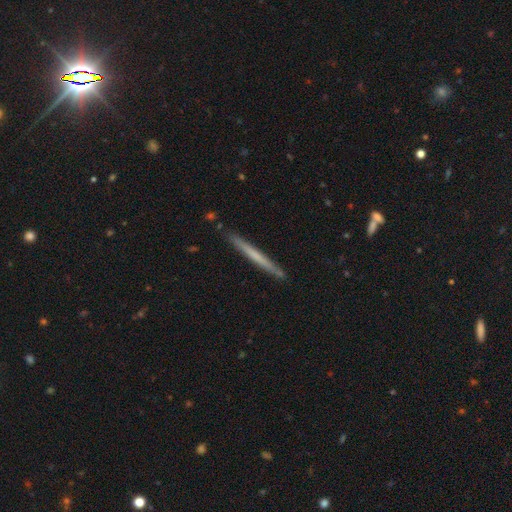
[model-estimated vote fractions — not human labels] Smooth or featured? smooth (50%)
How rounded? cigar-shaped (97%)
Merging? none (90%)